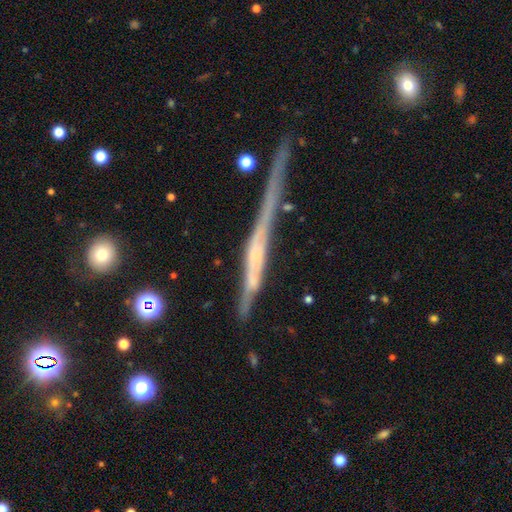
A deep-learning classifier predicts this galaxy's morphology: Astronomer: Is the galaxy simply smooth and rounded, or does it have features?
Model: featured or disk — 72%.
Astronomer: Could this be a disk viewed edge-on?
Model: yes — 93%.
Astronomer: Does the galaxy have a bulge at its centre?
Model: none — 40% (runner-up: rounded, 30%).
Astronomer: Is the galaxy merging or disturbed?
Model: none — 57%.